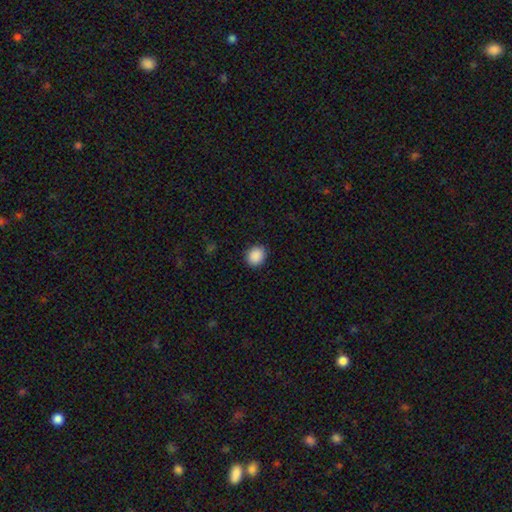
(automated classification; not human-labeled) Smooth or featured? Predicted: smooth (p=0.89). How rounded? Predicted: round (p=0.74). Merging? Predicted: none (p=0.90).